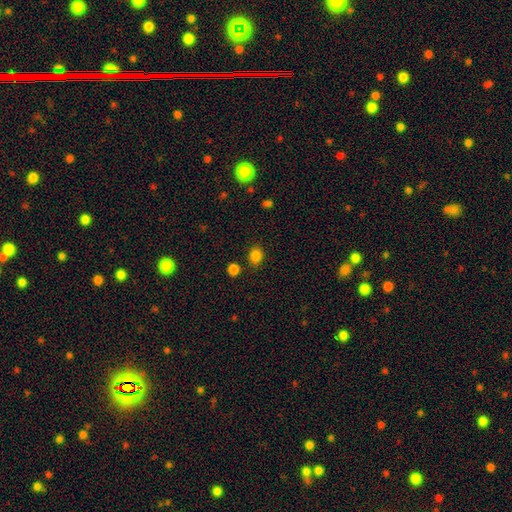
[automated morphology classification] Overall: smooth (84%). How rounded: round (60%; in between 39%). Merging: none (83%).